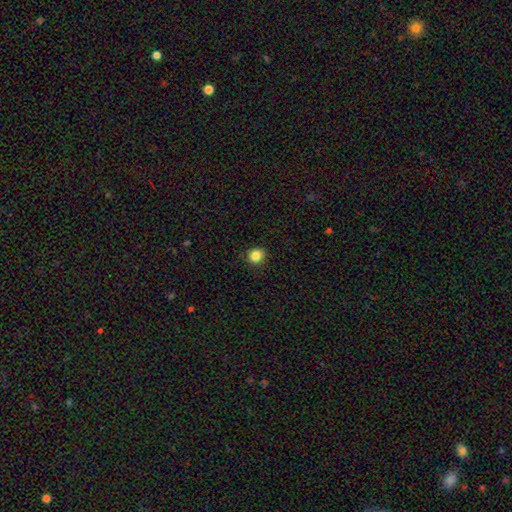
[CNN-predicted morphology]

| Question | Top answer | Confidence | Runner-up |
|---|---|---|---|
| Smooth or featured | smooth | 85% | star or artifact (11%) |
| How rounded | round | 82% | in between (17%) |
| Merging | none | 86% | minor disturbance (10%) |